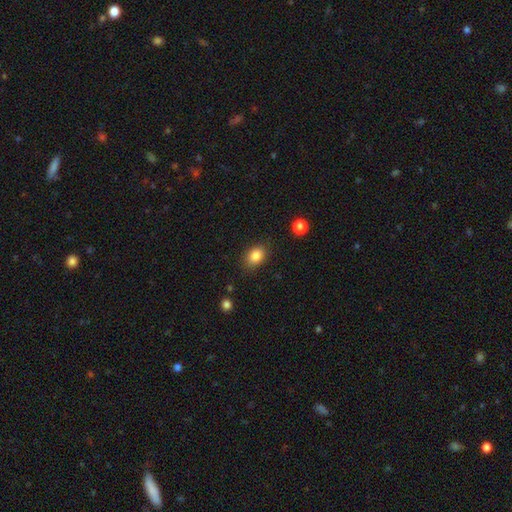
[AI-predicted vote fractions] smooth 84%, star or artifact 9%, featured or disk 6%. Down the decision tree: how rounded — in between (72%); merging — none (84%).